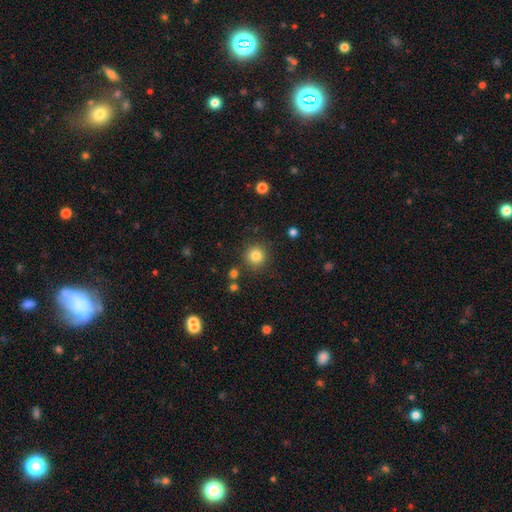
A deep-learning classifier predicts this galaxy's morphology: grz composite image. It shows a smooth galaxy with no disk features (83%) that is round (94%). Merging: none (88%).